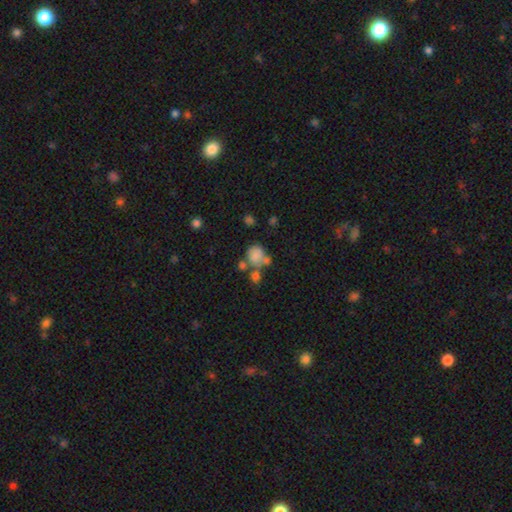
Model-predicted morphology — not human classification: Smooth or featured? Predicted: smooth (p=0.72). How rounded? Predicted: round (p=0.61). Merging? Predicted: merger (p=0.40).